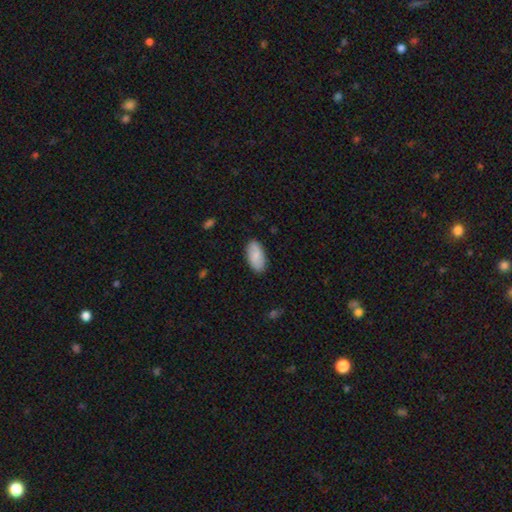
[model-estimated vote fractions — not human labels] Smooth or featured? smooth (81%)
How rounded? in between (95%)
Merging? none (86%)